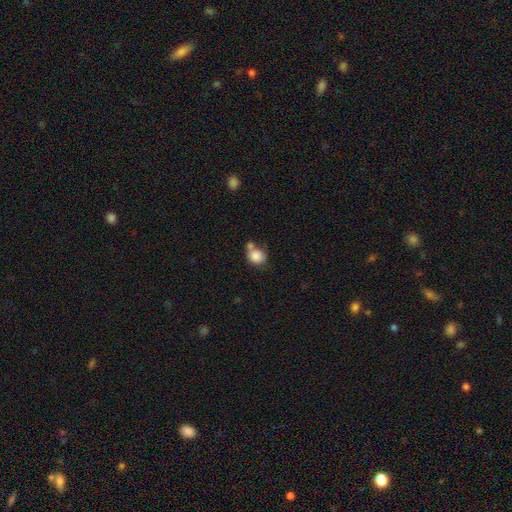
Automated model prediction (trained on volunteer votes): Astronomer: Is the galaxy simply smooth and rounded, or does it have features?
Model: smooth — 84%.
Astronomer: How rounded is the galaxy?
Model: round — 67%.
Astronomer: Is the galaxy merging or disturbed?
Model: none — 45% (runner-up: merger, 34%).